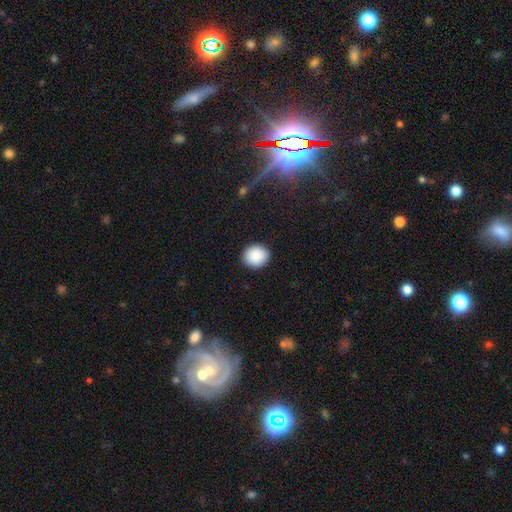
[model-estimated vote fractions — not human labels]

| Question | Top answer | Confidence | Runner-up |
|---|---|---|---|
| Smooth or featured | smooth | 89% | star or artifact (7%) |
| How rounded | round | 78% | in between (21%) |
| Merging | none | 90% | minor disturbance (7%) |